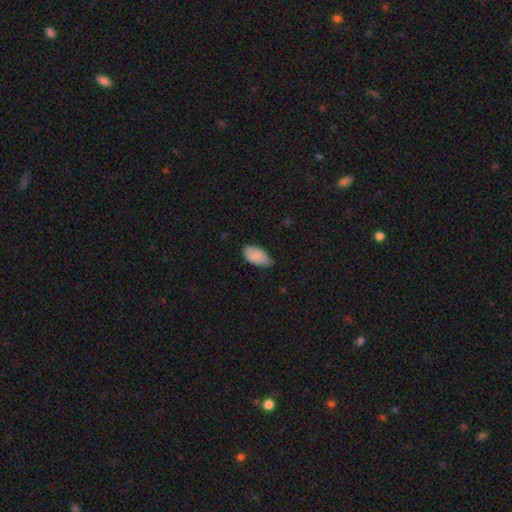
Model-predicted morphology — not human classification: type=smooth (86%); roundness=in between (95%); merging=none (52%).